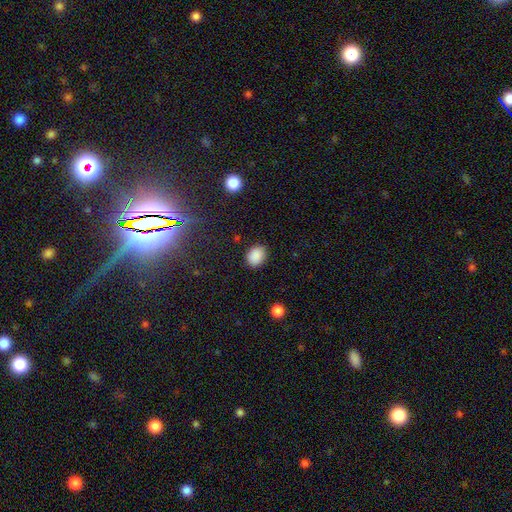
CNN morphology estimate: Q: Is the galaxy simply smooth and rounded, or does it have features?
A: smooth — 88%.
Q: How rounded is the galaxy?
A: in between — 59%.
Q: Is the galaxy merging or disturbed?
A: none — 85%.